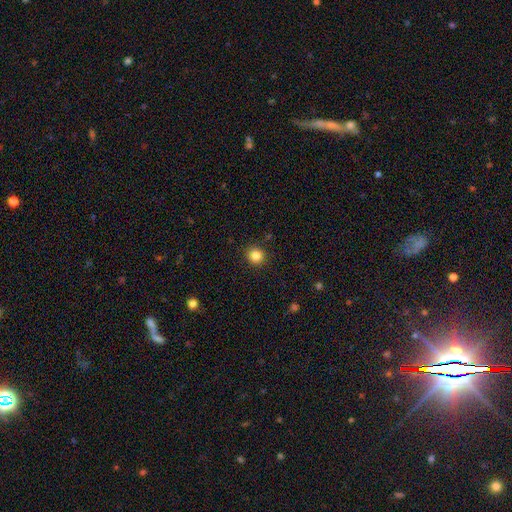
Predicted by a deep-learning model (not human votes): A smooth galaxy with no disk features (84%) that is round (90%). Merging: none (91%).